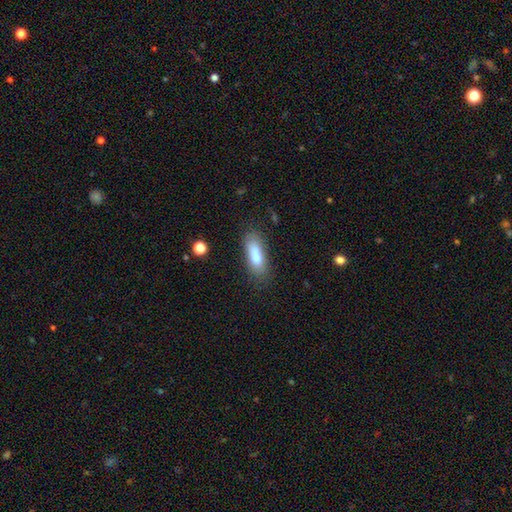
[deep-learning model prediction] Smooth or featured: smooth — 77% (featured or disk — 15%)
How rounded: in between — 64% (cigar-shaped — 33%)
Merging: none — 64% (minor disturbance — 20%)